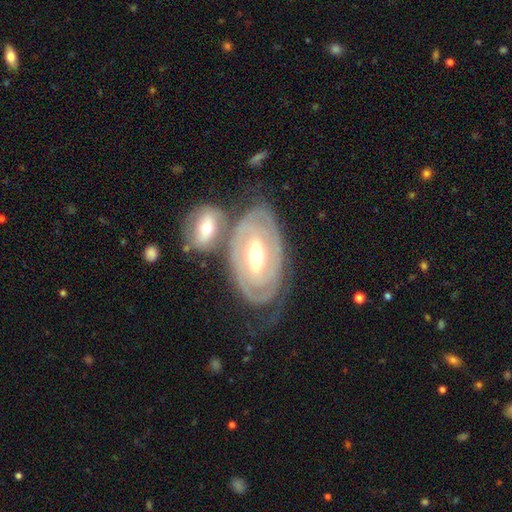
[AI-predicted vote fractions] Morphology: type=featured or disk (83%); edge-on=no (93%); bar=no (43%); spiral arms=yes (84%); winding=tight (78%); arm count=can't tell (40%); bulge=moderate (73%); merging=none (55%).